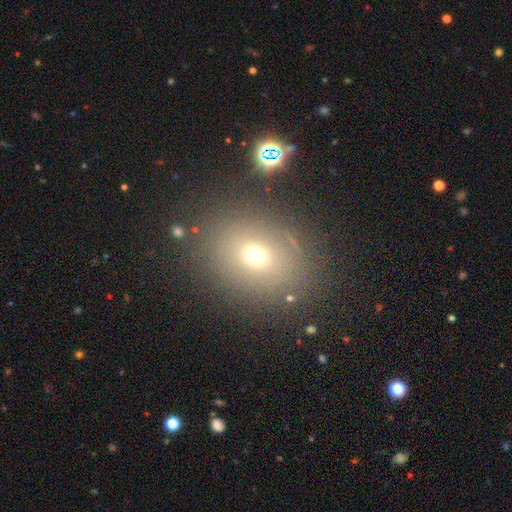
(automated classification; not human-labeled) Smooth or featured? Predicted: smooth (p=0.63). How rounded? Predicted: in between (p=0.51). Merging? Predicted: none (p=0.82).